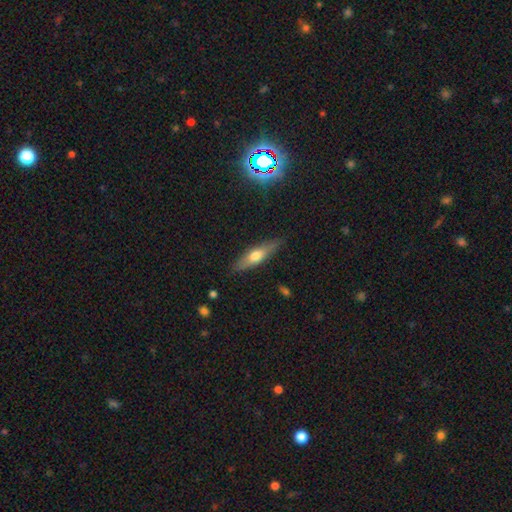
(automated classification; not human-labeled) The model was most divided on "smooth or featured": smooth: 53%, featured or disk: 41%, star or artifact: 6%. More confident: merging — none (86%); how rounded — cigar-shaped (68%).